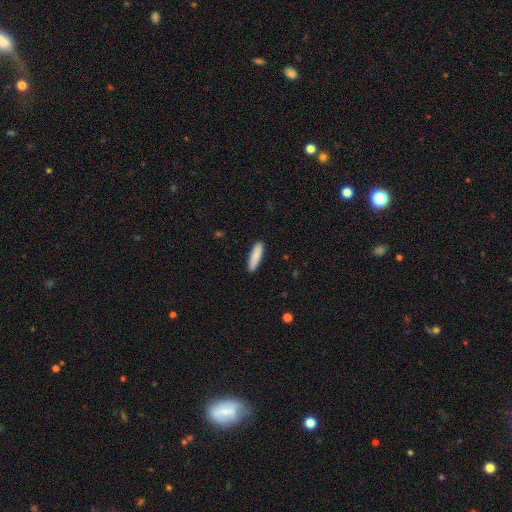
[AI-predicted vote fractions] Smooth or featured? Predicted: smooth (p=0.88). How rounded? Predicted: cigar-shaped (p=0.72). Merging? Predicted: none (p=0.89).